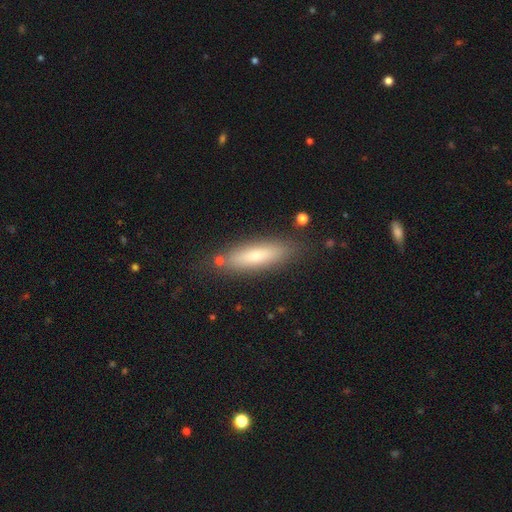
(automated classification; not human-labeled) A smooth galaxy with no disk features (71%) that is cigar-shaped (64%). Merging: none (82%).